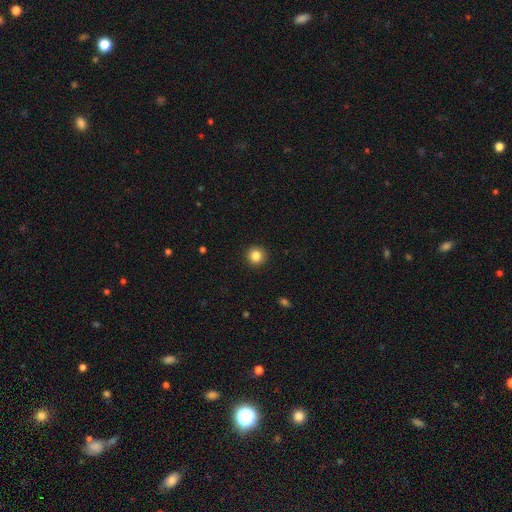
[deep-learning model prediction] smooth-or-featured: smooth: 84% | star or artifact: 11% | featured or disk: 5%
  how-rounded: round: 95% | in between: 4% | cigar-shaped: 1%
  merging: none: 93% | minor disturbance: 4% | major disturbance: 2% | merger: 1%